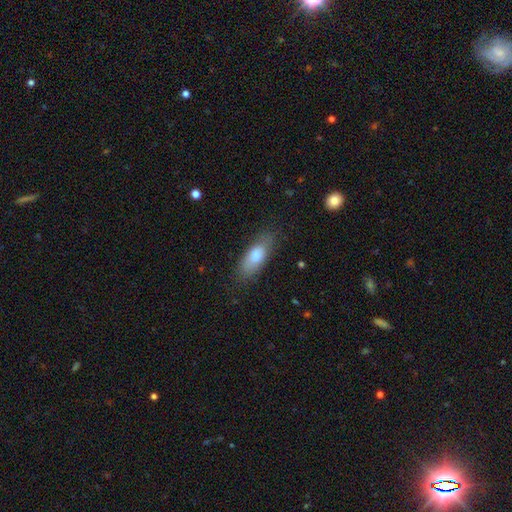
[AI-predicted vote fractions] A smooth galaxy with no disk features (80%) that is in between round and cigar-shaped (75%).

Vote fractions:
- Smooth or featured? smooth: 80% / featured or disk: 14% / star or artifact: 6%
- How rounded? in between: 75% / cigar-shaped: 23% / round: 3%
- Merging? none: 75% / minor disturbance: 18% / major disturbance: 6% / merger: 1%